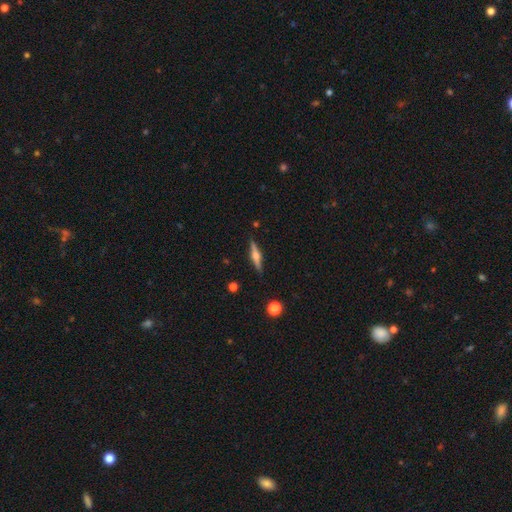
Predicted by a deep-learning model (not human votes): smooth-or-featured: featured or disk: 73% | smooth: 21% | star or artifact: 7%
  disk-edge-on: yes: 98% | no: 2%
    edge-on-bulge: rounded: 90% | boxy: 8% | none: 3%
  merging: none: 90% | minor disturbance: 7% | major disturbance: 2% | merger: 1%